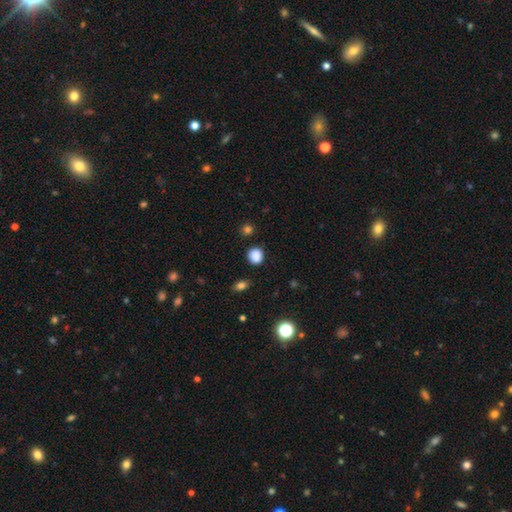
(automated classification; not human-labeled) The model was most divided on "how rounded": round: 83%, in between: 16%, cigar-shaped: 1%. More confident: smooth or featured — smooth (86%); merging — none (86%).